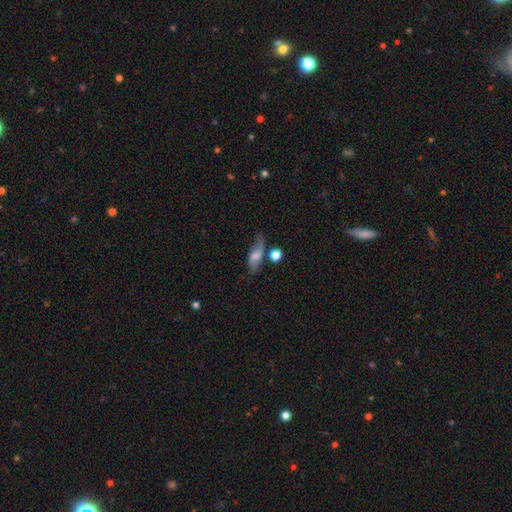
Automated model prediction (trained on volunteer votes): Smooth or featured? Predicted: smooth (p=0.47). Merging? Predicted: none (p=0.50).